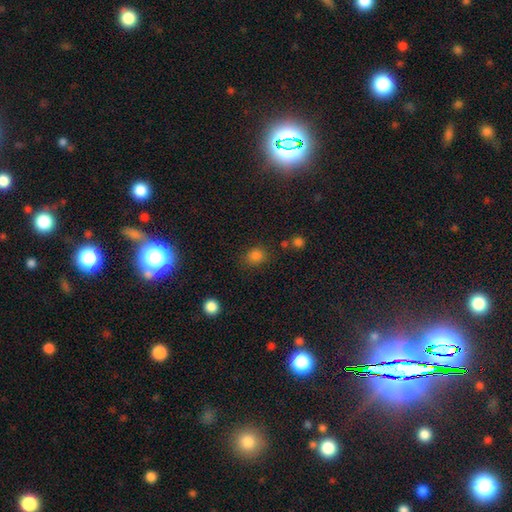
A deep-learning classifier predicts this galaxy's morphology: This appears to be a smooth galaxy with no disk features (80%) that is round (63%). Merging: none (75%).